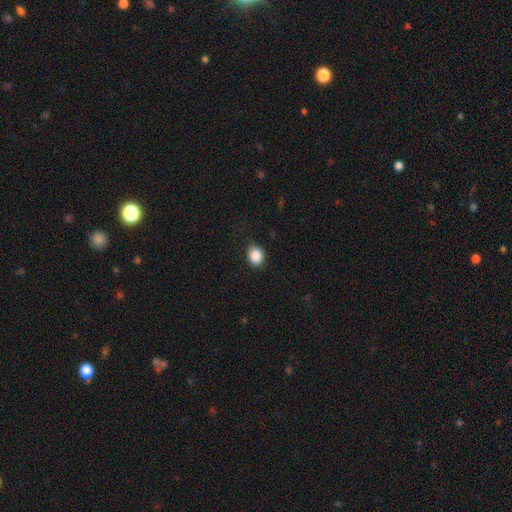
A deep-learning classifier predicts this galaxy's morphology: This is clearly a smooth galaxy (87%). How rounded: likely round (63%). Merging: likely none (73%).